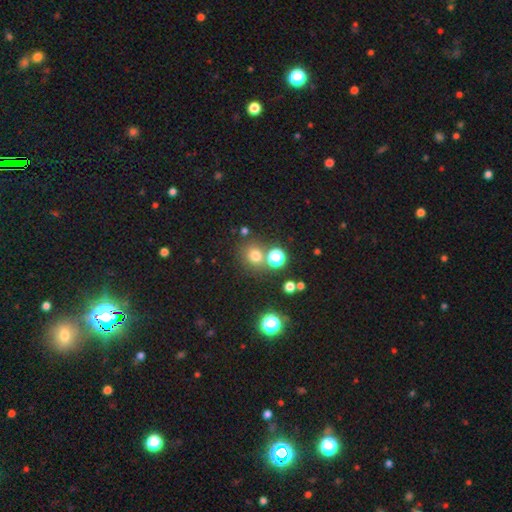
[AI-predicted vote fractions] The model was most divided on "smooth or featured": smooth: 70%, star or artifact: 24%, featured or disk: 7%. More confident: how rounded — round (86%); merging — none (74%).